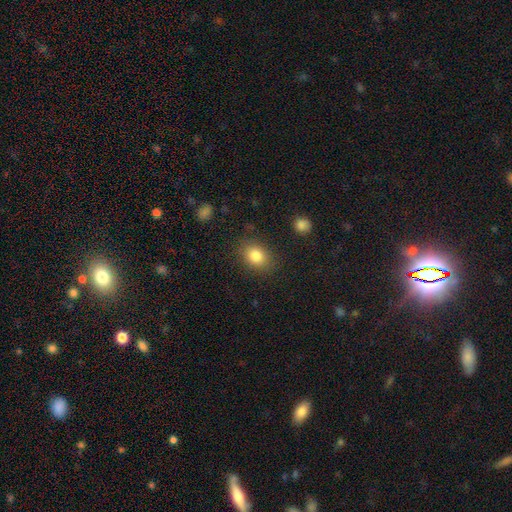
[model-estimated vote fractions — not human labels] This is clearly a smooth galaxy (83%). How rounded: likely in between (63%). Merging: clearly none (83%).